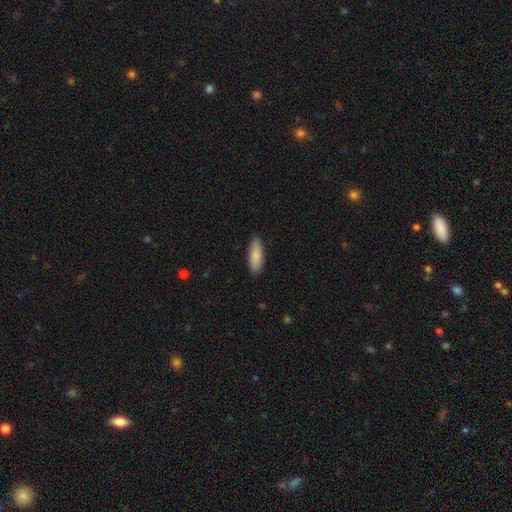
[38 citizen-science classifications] Smooth or featured? smooth (92%)
How rounded? in between (49%, tied with cigar-shaped)
Merging? none (97%)